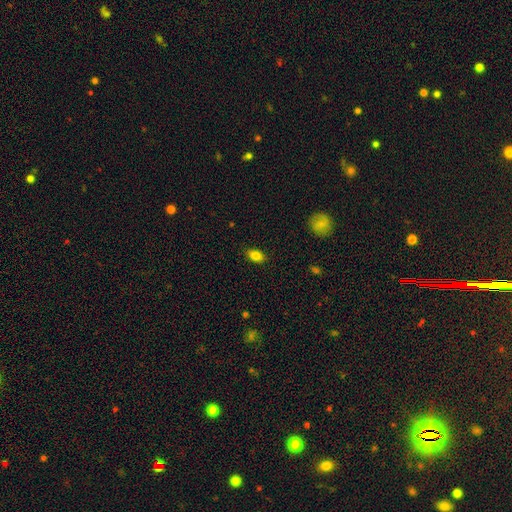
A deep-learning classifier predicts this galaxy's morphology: smooth_or_featured: smooth (p=0.83) [alt: star or artifact p=0.10]
how_rounded: in between (p=0.86) [alt: round p=0.11]
merging: none (p=0.86) [alt: minor disturbance p=0.10]